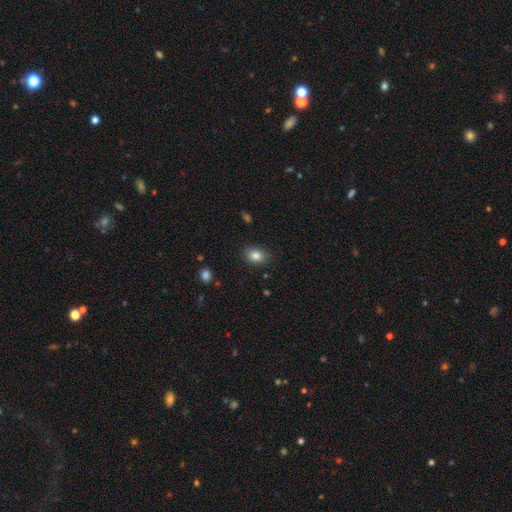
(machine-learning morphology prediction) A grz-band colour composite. It shows a smooth galaxy with no disk features (84%) that is in between round and cigar-shaped (69%). Merging: none (86%).